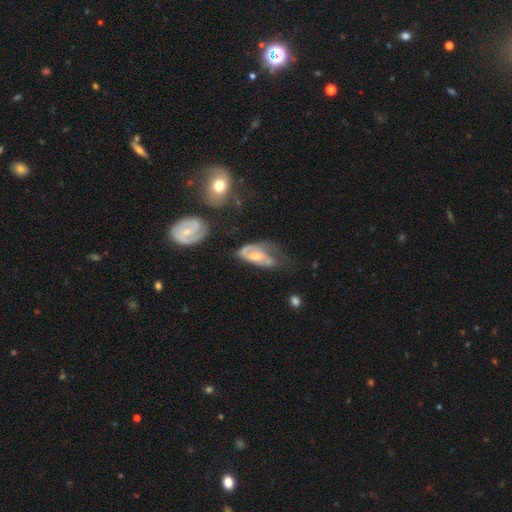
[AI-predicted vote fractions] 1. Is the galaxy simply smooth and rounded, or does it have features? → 71% featured or disk, 22% smooth, 6% star or artifact.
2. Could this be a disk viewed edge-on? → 92% no, 8% yes.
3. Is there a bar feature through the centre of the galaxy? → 46% no, 39% weak, 15% strong.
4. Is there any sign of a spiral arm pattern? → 80% yes, 20% no.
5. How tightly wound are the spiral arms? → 41% medium, 37% tight, 22% loose.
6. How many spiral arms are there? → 56% 2, 23% can't tell, 15% 1, 3% 3, 1% 4, 1% more than 4.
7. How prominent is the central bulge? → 54% moderate, 37% small, 4% large, 3% none, 1% dominant.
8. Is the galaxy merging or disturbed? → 33% none, 31% major disturbance, 29% minor disturbance, 7% merger.